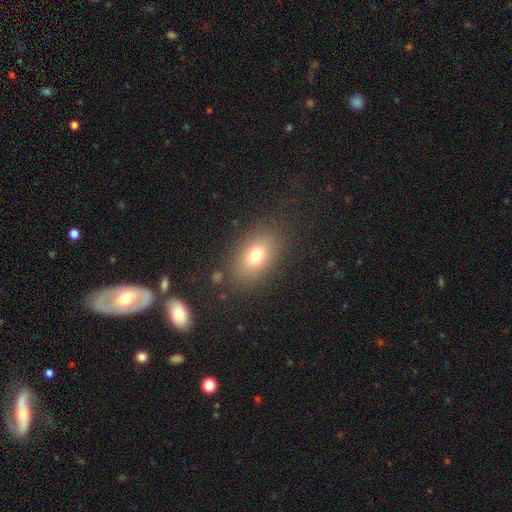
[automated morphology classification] A smooth galaxy with no disk features (75%) that is in between round and cigar-shaped (85%). Merging: none (82%).